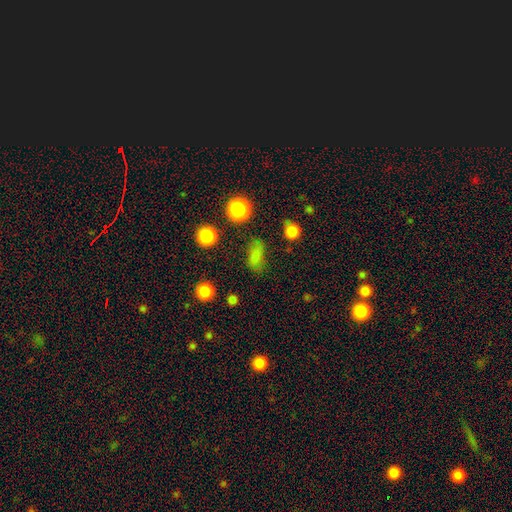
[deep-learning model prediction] smooth_or_featured: smooth (p=0.76) [alt: star or artifact p=0.15]
how_rounded: in between (p=0.78) [alt: round p=0.14]
merging: none (p=0.69) [alt: minor disturbance p=0.19]